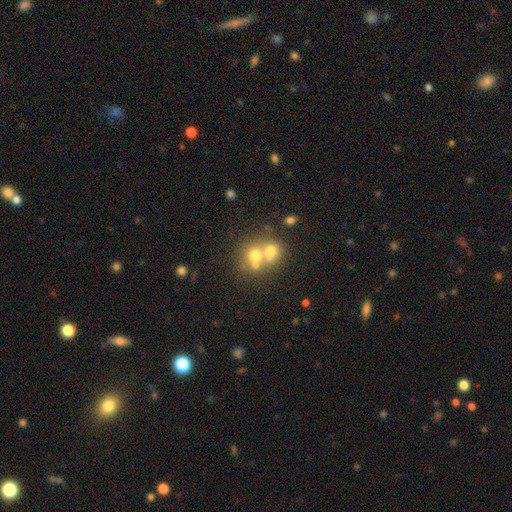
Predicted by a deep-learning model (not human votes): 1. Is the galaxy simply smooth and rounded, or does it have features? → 57% smooth, 27% featured or disk, 16% star or artifact.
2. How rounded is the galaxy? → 74% round, 25% in between, 1% cigar-shaped.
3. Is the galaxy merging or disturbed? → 60% merger, 30% none, 6% minor disturbance, 4% major disturbance.